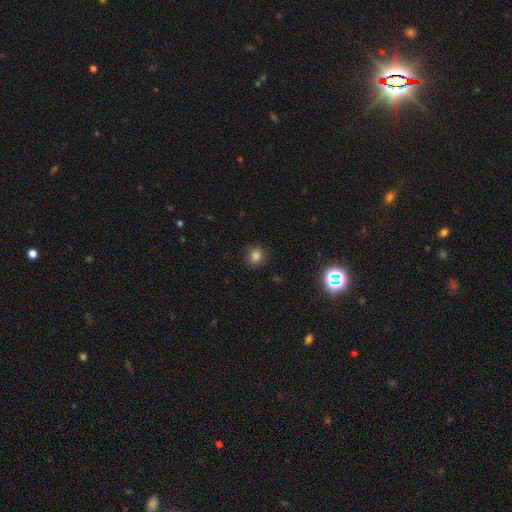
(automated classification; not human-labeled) Smooth or featured? Predicted: smooth (p=0.80). How rounded? Predicted: round (p=0.74). Merging? Predicted: none (p=0.88).